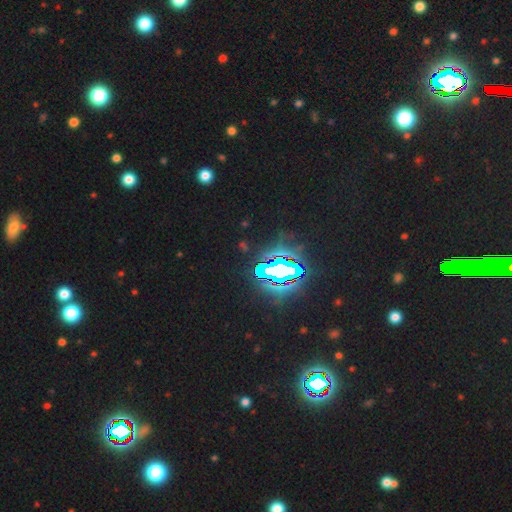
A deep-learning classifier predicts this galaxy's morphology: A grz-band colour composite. It shows a star or artifact, not a galaxy (84%).